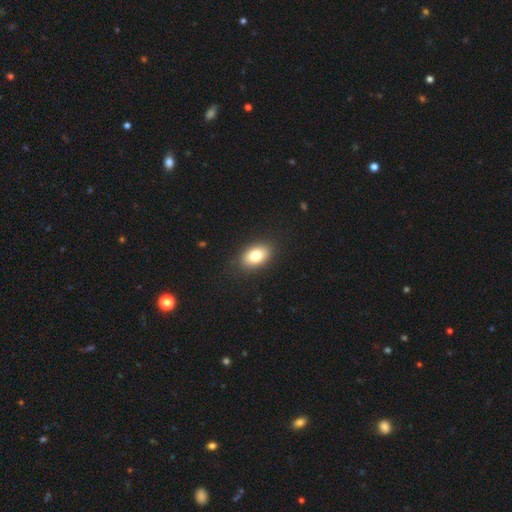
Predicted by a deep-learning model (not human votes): A smooth galaxy with no disk features (79%) that is in between round and cigar-shaped (88%).

Vote fractions:
- Smooth or featured? smooth: 79% / featured or disk: 13% / star or artifact: 8%
- How rounded? in between: 88% / round: 10% / cigar-shaped: 2%
- Merging? none: 88% / minor disturbance: 9% / major disturbance: 3% / merger: 1%